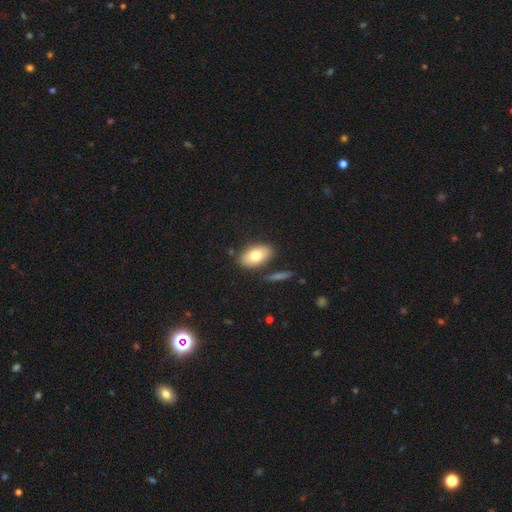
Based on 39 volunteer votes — Overall: smooth (87%). How rounded: in between (94%). Merging: none (84%).